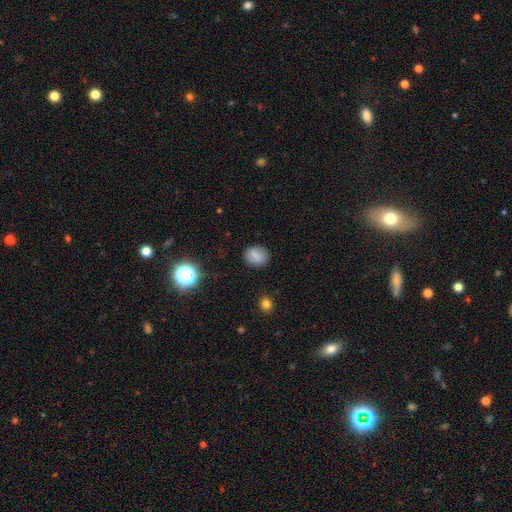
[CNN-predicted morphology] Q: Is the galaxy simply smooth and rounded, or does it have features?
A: smooth — 79%.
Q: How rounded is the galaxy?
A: round — 59%.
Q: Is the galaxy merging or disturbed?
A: none — 84%.